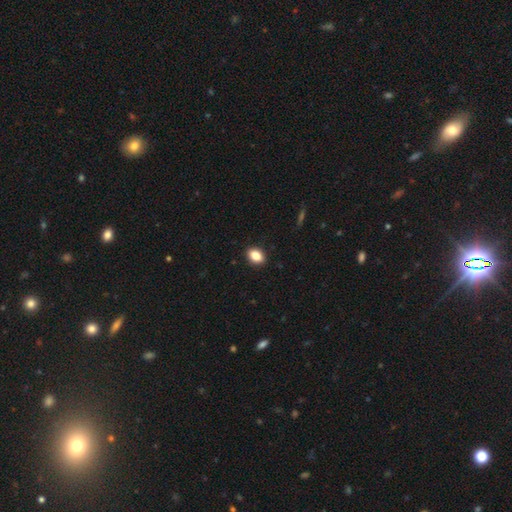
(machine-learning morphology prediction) smooth-or-featured: smooth: 86% | star or artifact: 9% | featured or disk: 5%
  how-rounded: in between: 78% | round: 20% | cigar-shaped: 2%
  merging: none: 90% | minor disturbance: 7% | major disturbance: 2% | merger: 1%